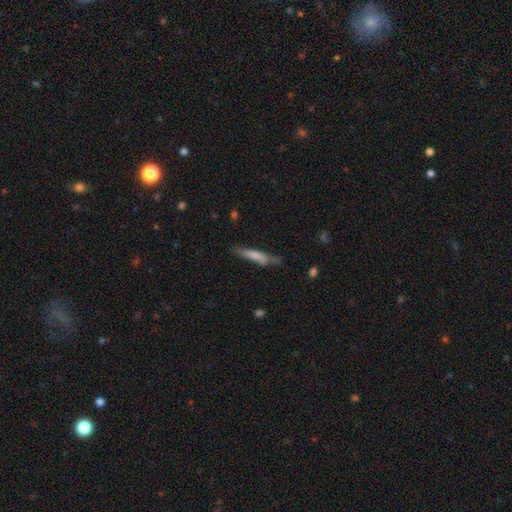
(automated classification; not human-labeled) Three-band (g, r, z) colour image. It shows a smooth galaxy with no disk features (64%) that is cigar-shaped (88%). Merging: none (62%).